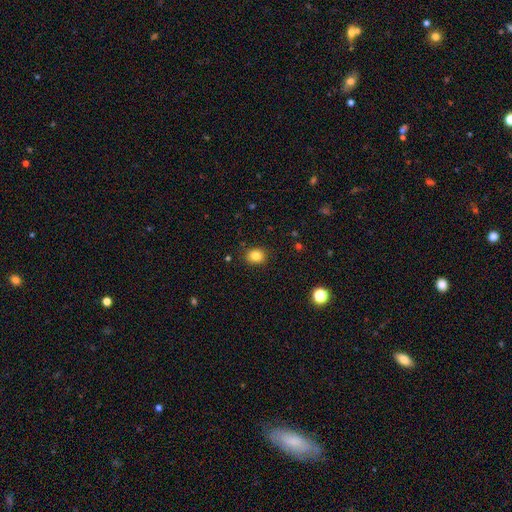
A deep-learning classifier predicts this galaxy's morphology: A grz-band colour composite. It shows a smooth galaxy with no disk features (83%) that is round (63%). Merging: none (88%).